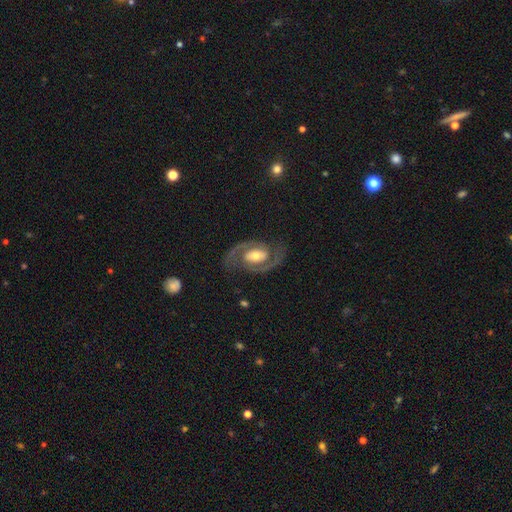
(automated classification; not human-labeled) This is clearly a featured or disk galaxy (91%). It is clearly not viewed edge-on (97%). Bar: marginally no (40%). Spiral arm pattern: clearly yes (97%). Spiral arm count: clearly 2 (94%). Spiral winding: possibly medium (58%). Central bulge: likely moderate (69%). Merging: clearly none (83%).